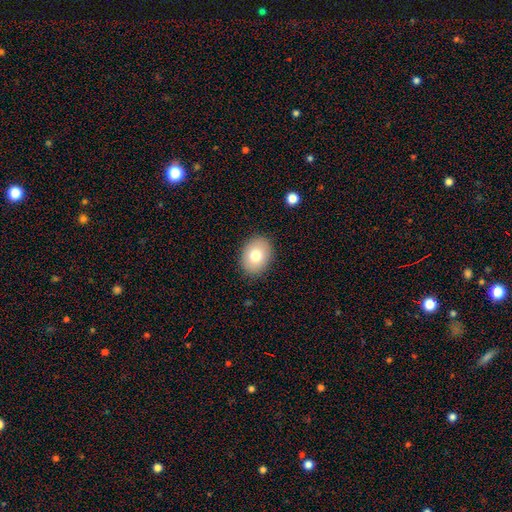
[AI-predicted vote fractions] smooth-or-featured: smooth: 76% | featured or disk: 15% | star or artifact: 9%
  how-rounded: in between: 66% | round: 33% | cigar-shaped: 1%
  merging: none: 88% | minor disturbance: 9% | major disturbance: 2% | merger: 1%